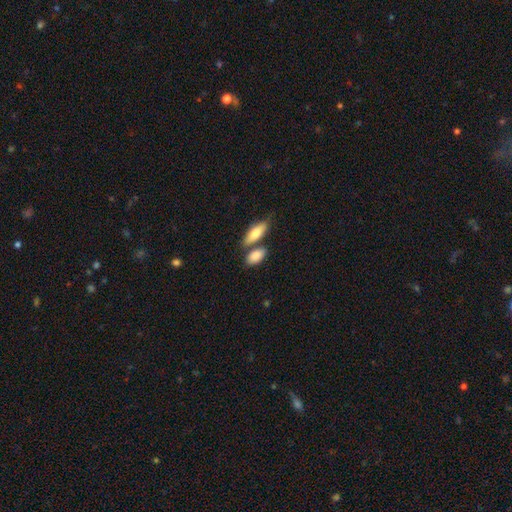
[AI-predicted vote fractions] Morphology: type=smooth (84%); roundness=in between (87%); merging=none (54%).